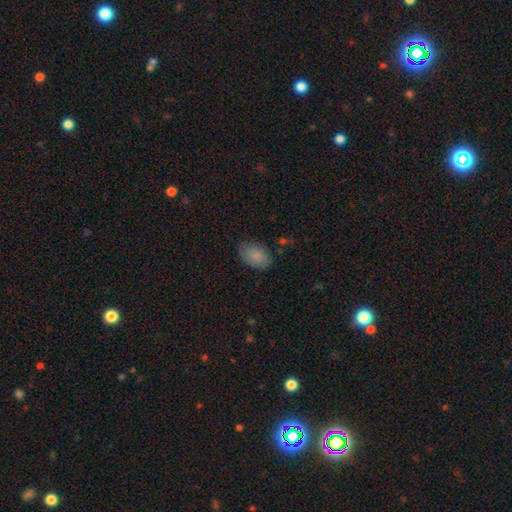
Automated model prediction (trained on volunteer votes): This is clearly a smooth galaxy (86%). How rounded: clearly in between (90%). Merging: clearly none (81%).